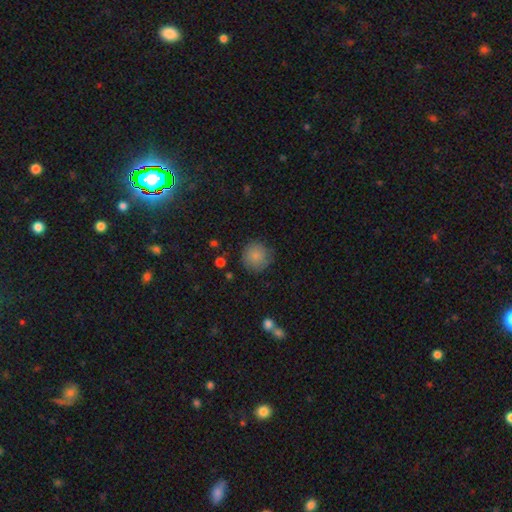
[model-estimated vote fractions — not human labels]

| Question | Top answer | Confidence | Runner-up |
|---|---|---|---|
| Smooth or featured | smooth | 86% | star or artifact (8%) |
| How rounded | round | 94% | in between (5%) |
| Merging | none | 83% | minor disturbance (12%) |